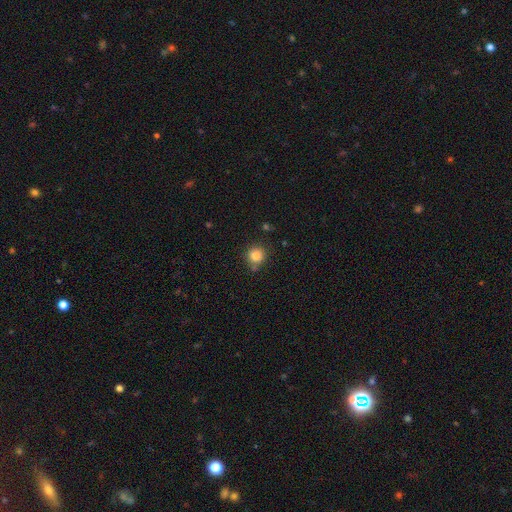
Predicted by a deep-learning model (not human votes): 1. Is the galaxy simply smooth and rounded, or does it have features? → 84% smooth, 11% star or artifact, 5% featured or disk.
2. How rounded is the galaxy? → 90% round, 9% in between, 1% cigar-shaped.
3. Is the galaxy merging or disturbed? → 75% none, 14% minor disturbance, 7% merger, 4% major disturbance.